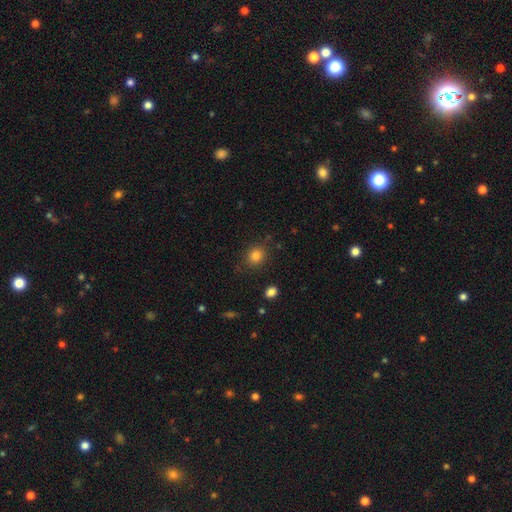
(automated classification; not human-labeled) The model was most divided on "how rounded": round: 76%, in between: 23%, cigar-shaped: 1%. More confident: merging — none (84%); smooth or featured — smooth (82%).